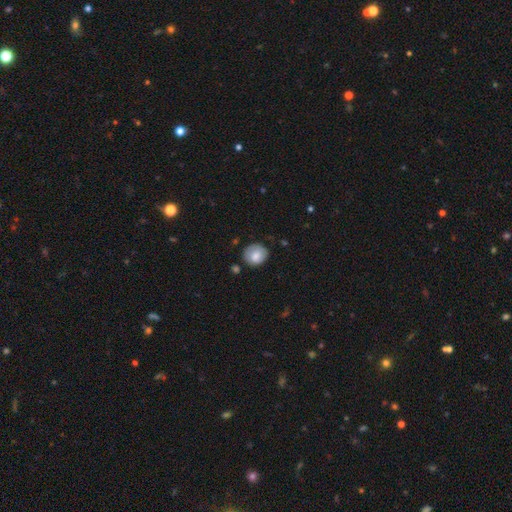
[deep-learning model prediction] smooth_or_featured: smooth (p=0.76) [alt: featured or disk p=0.17]
how_rounded: round (p=0.79) [alt: in between p=0.20]
merging: none (p=0.75) [alt: minor disturbance p=0.18]